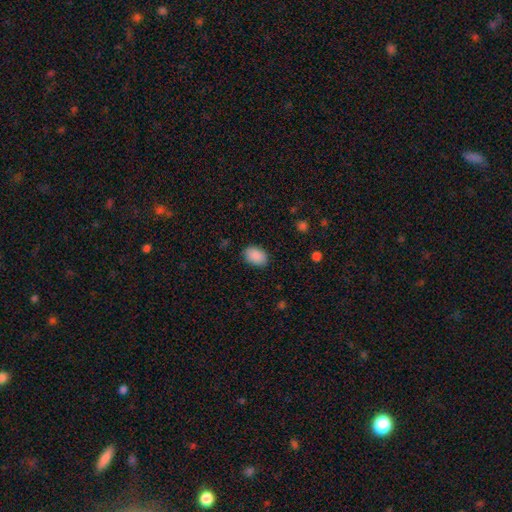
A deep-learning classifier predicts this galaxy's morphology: Smooth or featured? smooth (90%)
How rounded? in between (86%)
Merging? none (86%)